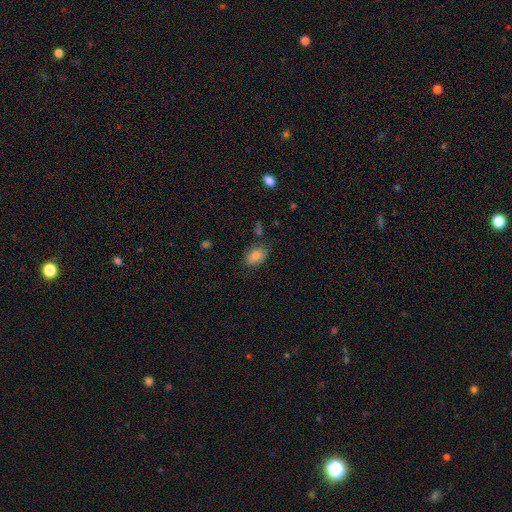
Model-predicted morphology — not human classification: The model was most divided on "merging": none: 77%, minor disturbance: 16%, major disturbance: 4%, merger: 4%. More confident: smooth or featured — smooth (84%); how rounded — in between (83%).